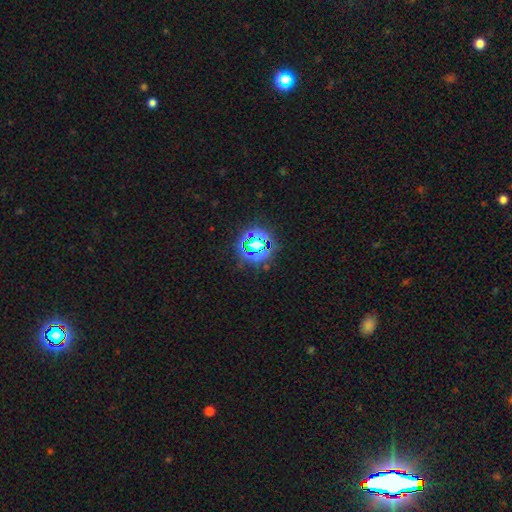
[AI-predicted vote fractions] smooth-or-featured: star or artifact: 75% | smooth: 18% | featured or disk: 7%